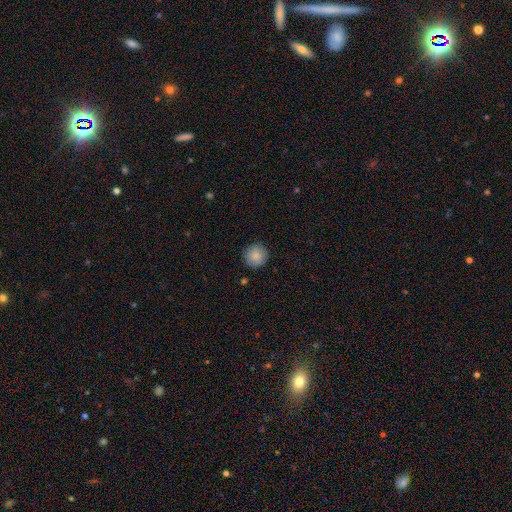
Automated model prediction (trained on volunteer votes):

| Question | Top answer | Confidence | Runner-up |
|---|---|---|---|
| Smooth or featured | smooth | 87% | star or artifact (8%) |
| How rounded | round | 95% | in between (4%) |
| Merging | none | 89% | minor disturbance (8%) |